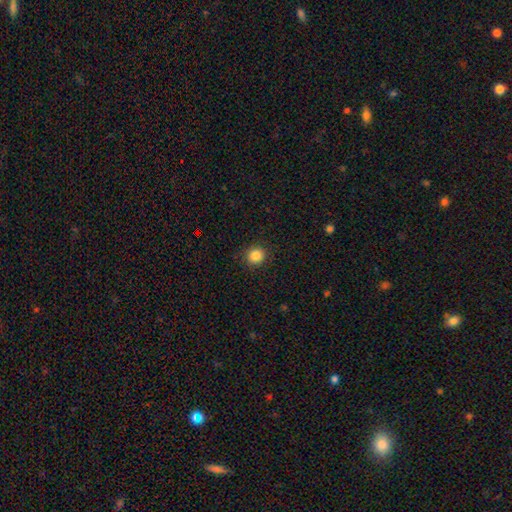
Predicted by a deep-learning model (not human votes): Q: Smooth or featured?
A: smooth (85%); runner-up: star or artifact (11%)
Q: How rounded?
A: round (91%); runner-up: in between (8%)
Q: Merging?
A: none (90%); runner-up: minor disturbance (7%)